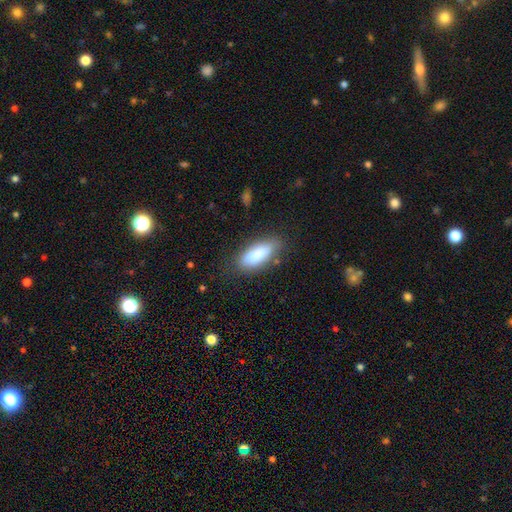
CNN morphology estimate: This is clearly a smooth galaxy (81%). How rounded: likely in between (77%). Merging: likely none (75%).